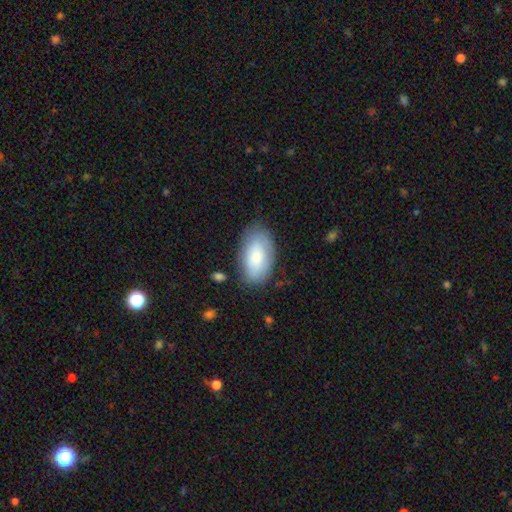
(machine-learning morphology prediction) Smooth or featured: smooth — 76% (featured or disk — 17%)
How rounded: in between — 94% (round — 4%)
Merging: none — 78% (minor disturbance — 17%)